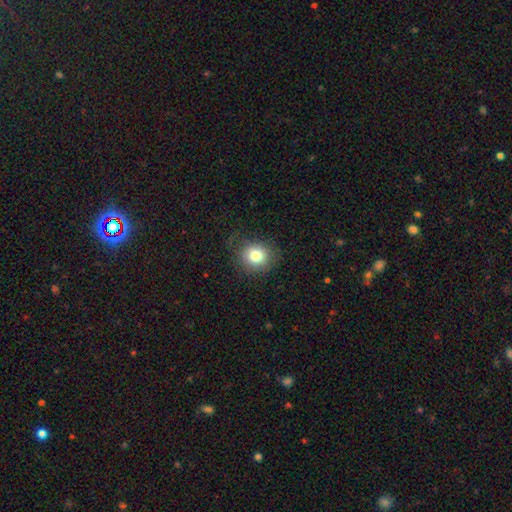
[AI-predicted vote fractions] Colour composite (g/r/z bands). It shows a smooth galaxy with no disk features (79%) that is round (83%). Merging: none (81%).